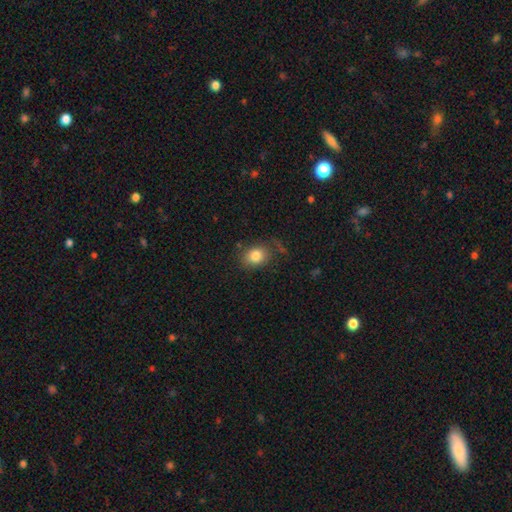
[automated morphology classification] A smooth galaxy with no disk features (82%) that is in between round and cigar-shaped (56%).

Vote fractions:
- Smooth or featured? smooth: 82% / star or artifact: 9% / featured or disk: 8%
- How rounded? in between: 56% / round: 42% / cigar-shaped: 1%
- Merging? none: 71% / minor disturbance: 18% / major disturbance: 8% / merger: 3%